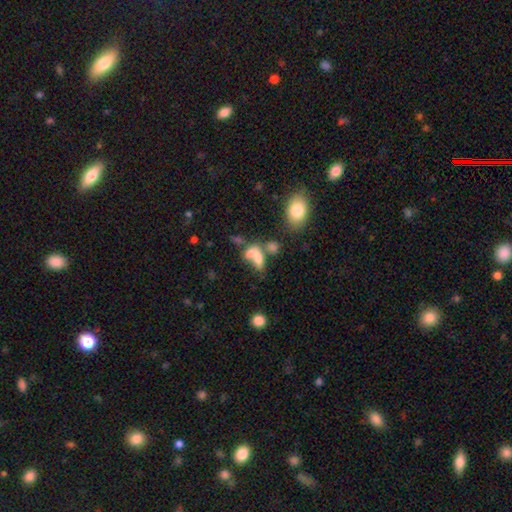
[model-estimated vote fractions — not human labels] smooth 69%, featured or disk 19%, star or artifact 12%. Down the decision tree: how rounded — in between (79%); merging — merger (60%).